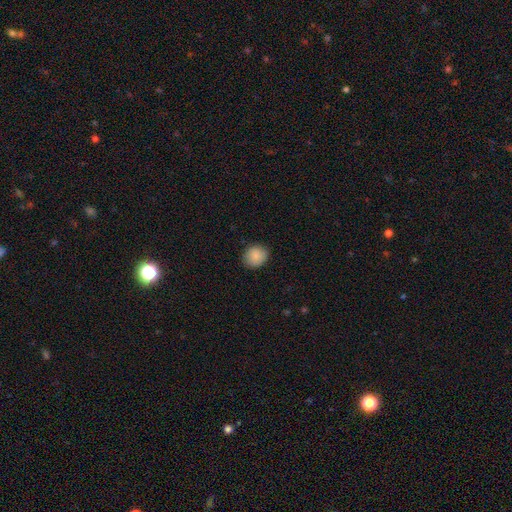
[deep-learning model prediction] smooth_or_featured: smooth (p=0.89) [alt: star or artifact p=0.08]
how_rounded: round (p=0.71) [alt: in between p=0.28]
merging: none (p=0.85) [alt: minor disturbance p=0.12]